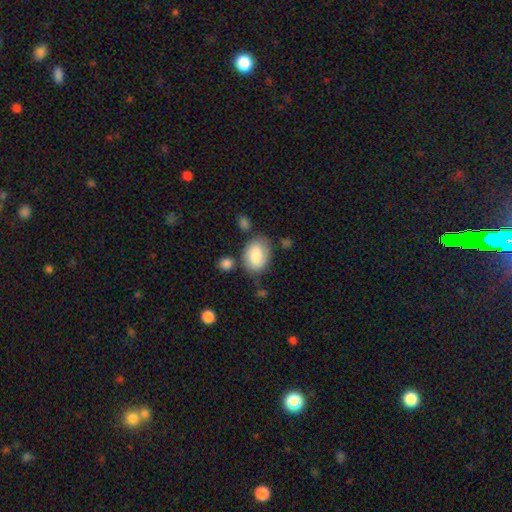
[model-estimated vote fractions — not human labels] smooth 79%, featured or disk 14%, star or artifact 7%. Down the decision tree: how rounded — in between (75%); merging — none (70%).